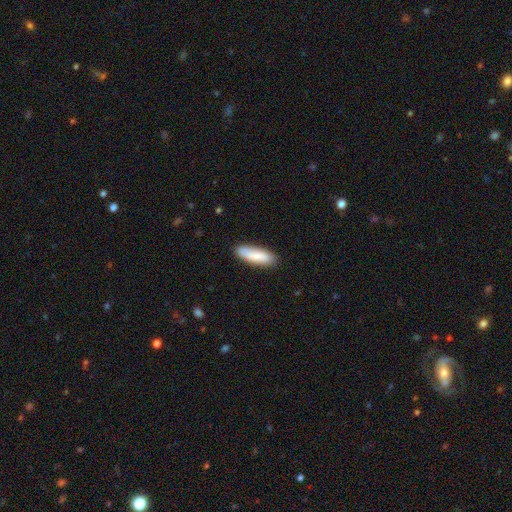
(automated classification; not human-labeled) smooth_or_featured: smooth (p=0.84) [alt: featured or disk p=0.10]
how_rounded: cigar-shaped (p=0.52) [alt: in between p=0.46]
merging: none (p=0.83) [alt: minor disturbance p=0.13]